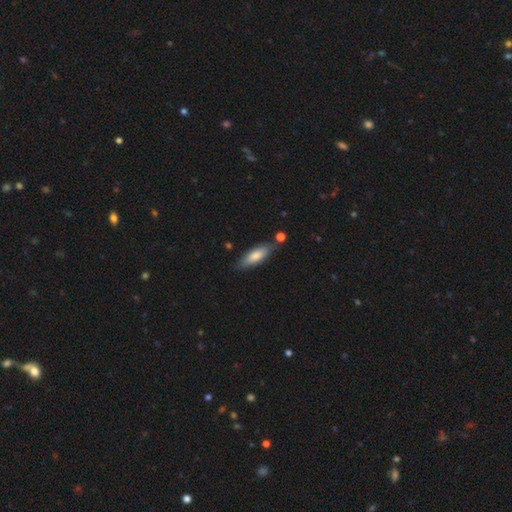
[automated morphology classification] Smooth or featured?
  - smooth: 79% *
  - featured or disk: 16%
  - star or artifact: 6%
How rounded?
  - in between: 54% *
  - cigar-shaped: 45%
  - round: 2%
Merging?
  - none: 76% *
  - minor disturbance: 15%
  - merger: 6%
  - major disturbance: 3%